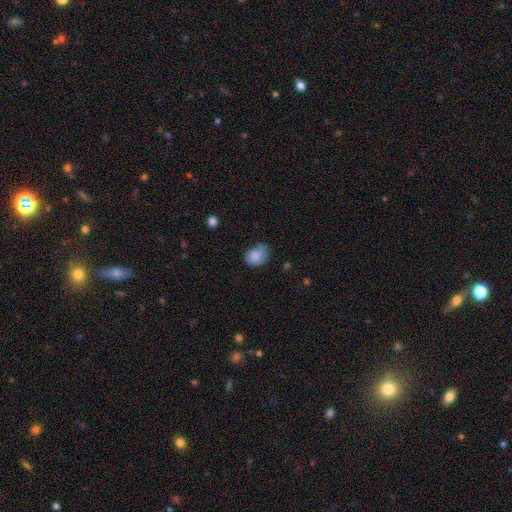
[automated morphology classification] A smooth galaxy with no disk features (84%) that is in between round and cigar-shaped (68%). Merging: none (54%).